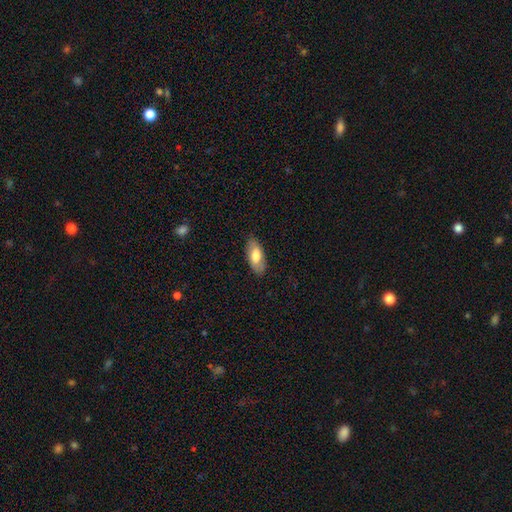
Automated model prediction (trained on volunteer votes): Overall: smooth (69%). How rounded: in between (87%). Merging: none (85%).